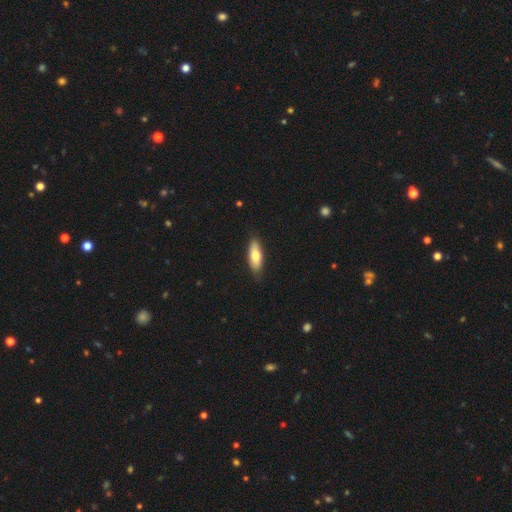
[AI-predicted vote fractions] smooth_or_featured: smooth (p=0.70) [alt: featured or disk p=0.24]
how_rounded: in between (p=0.66) [alt: cigar-shaped p=0.31]
merging: none (p=0.83) [alt: minor disturbance p=0.14]